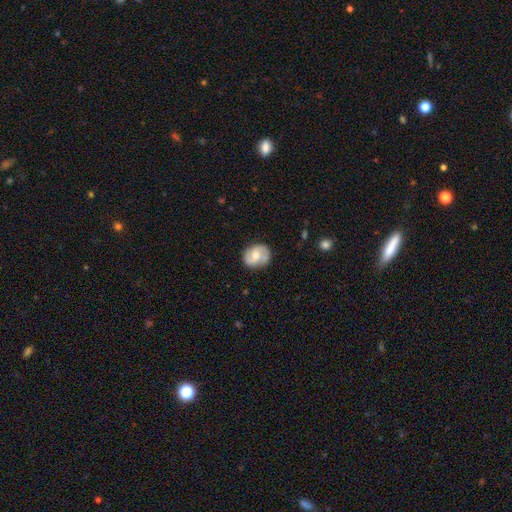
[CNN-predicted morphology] Q: Smooth or featured?
A: featured or disk (57%); runner-up: smooth (37%)
Q: Edge-on disk?
A: no (97%); runner-up: yes (3%)
Q: Bar?
A: no (52%); runner-up: weak (39%)
Q: Spiral arms?
A: yes (85%); runner-up: no (15%)
Q: Bulge size?
A: moderate (62%); runner-up: small (31%)
Q: Merging?
A: none (78%); runner-up: minor disturbance (16%)